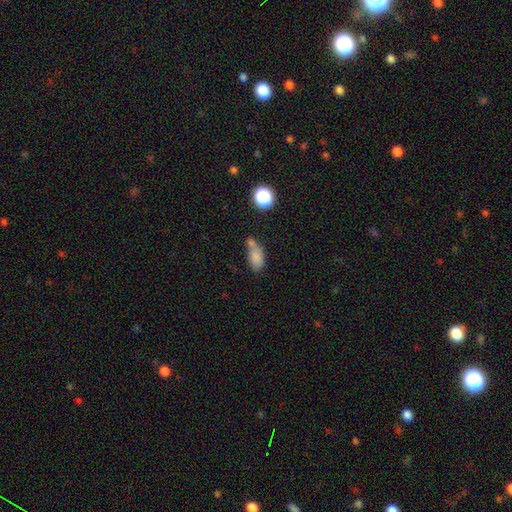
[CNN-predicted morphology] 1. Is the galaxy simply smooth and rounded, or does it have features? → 78% smooth, 11% star or artifact, 11% featured or disk.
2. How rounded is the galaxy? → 83% in between, 10% round, 7% cigar-shaped.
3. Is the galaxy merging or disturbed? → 36% none, 32% merger, 21% minor disturbance, 10% major disturbance.